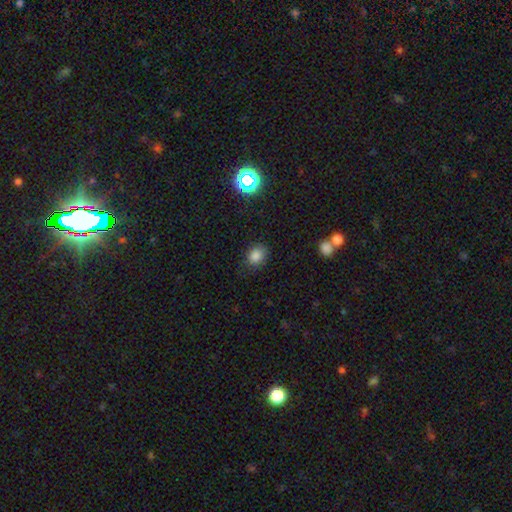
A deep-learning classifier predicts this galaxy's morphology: Q: Smooth or featured?
A: smooth (81%); runner-up: star or artifact (14%)
Q: How rounded?
A: in between (50%); runner-up: round (49%)
Q: Merging?
A: none (79%); runner-up: minor disturbance (15%)